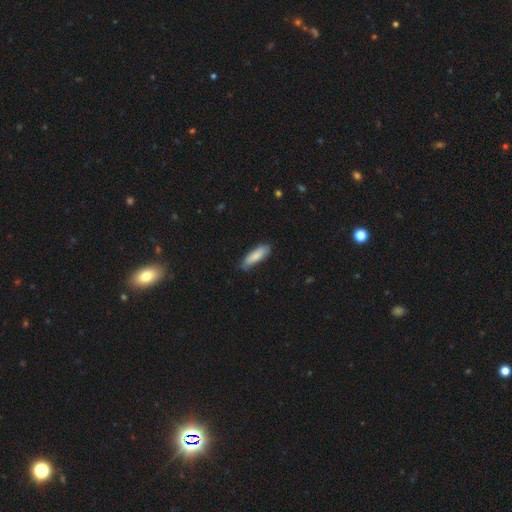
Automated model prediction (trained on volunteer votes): smooth_or_featured: smooth (p=0.80) [alt: featured or disk p=0.14]
how_rounded: cigar-shaped (p=0.54) [alt: in between p=0.45]
merging: none (p=0.71) [alt: minor disturbance p=0.24]